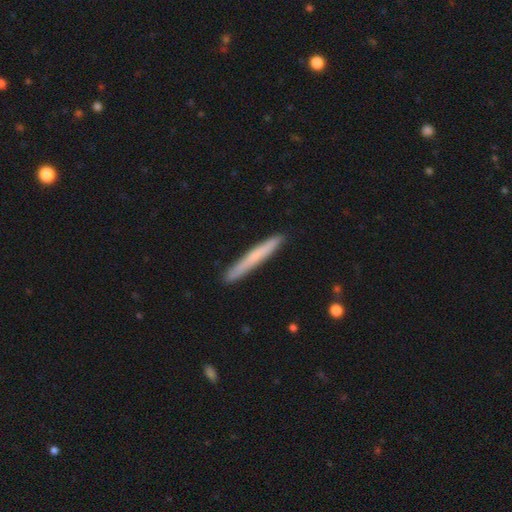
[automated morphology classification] The model was most divided on "smooth or featured": smooth: 62%, featured or disk: 32%, star or artifact: 6%. More confident: how rounded — cigar-shaped (97%); merging — none (91%).